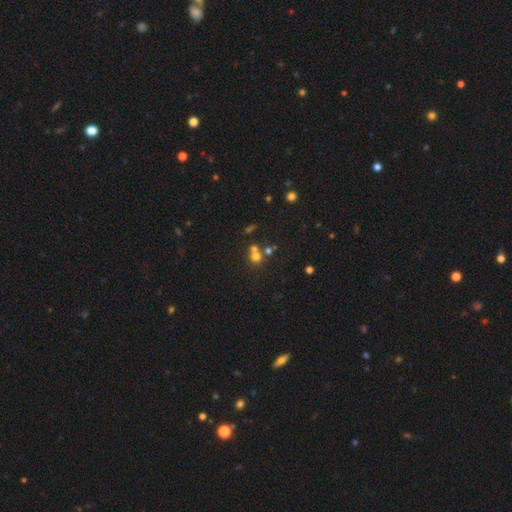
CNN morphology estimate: Smooth or featured? smooth (66%)
How rounded? round (84%)
Merging? none (46%)